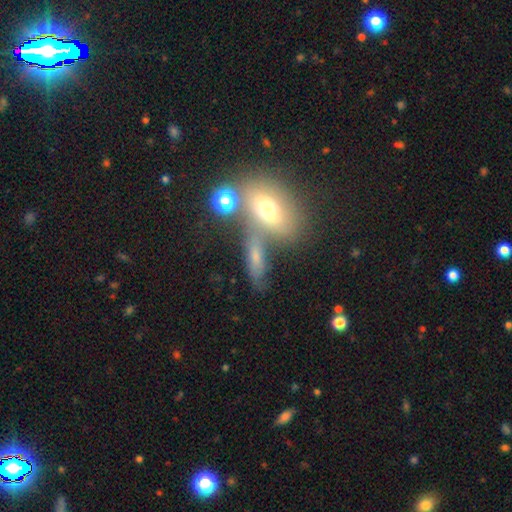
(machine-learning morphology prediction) This appears to be a smooth galaxy with no disk features (55%) that is in between round and cigar-shaped (56%). Merging: none (42%).